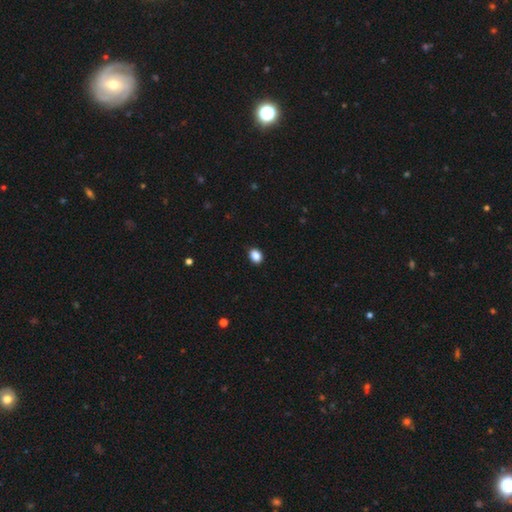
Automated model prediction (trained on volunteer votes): Smooth or featured?
  - smooth: 88% *
  - star or artifact: 9%
  - featured or disk: 3%
How rounded?
  - in between: 63% *
  - round: 36%
  - cigar-shaped: 1%
Merging?
  - none: 89% *
  - minor disturbance: 8%
  - major disturbance: 2%
  - merger: 1%